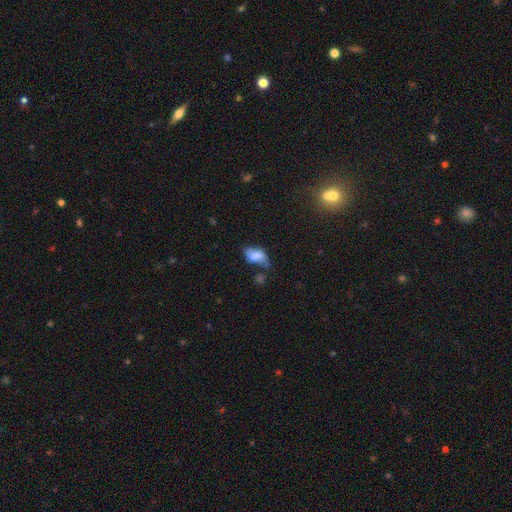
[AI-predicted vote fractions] smooth-or-featured: smooth: 67% | featured or disk: 22% | star or artifact: 11%
  how-rounded: in between: 89% | round: 7% | cigar-shaped: 4%
  merging: none: 34% | minor disturbance: 29% | major disturbance: 19% | merger: 18%